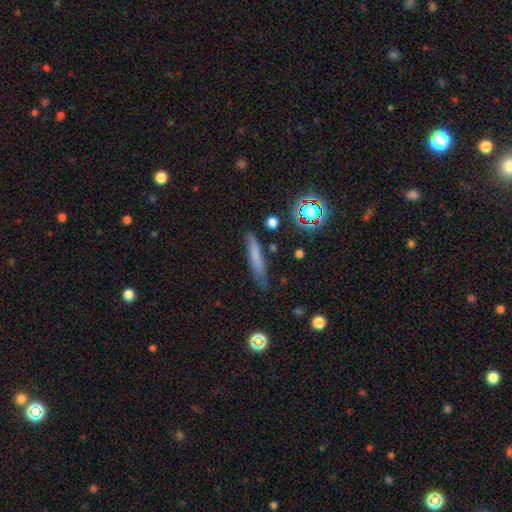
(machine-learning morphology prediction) type=smooth (68%); roundness=cigar-shaped (90%); merging=none (76%).